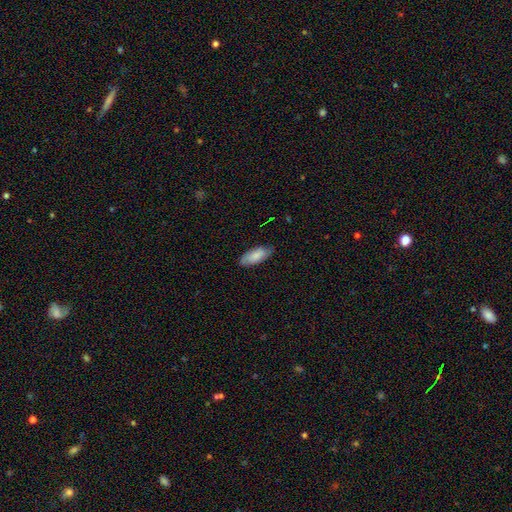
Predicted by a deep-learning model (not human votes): Overall: smooth (76%). How rounded: in between (85%). Merging: none (80%).